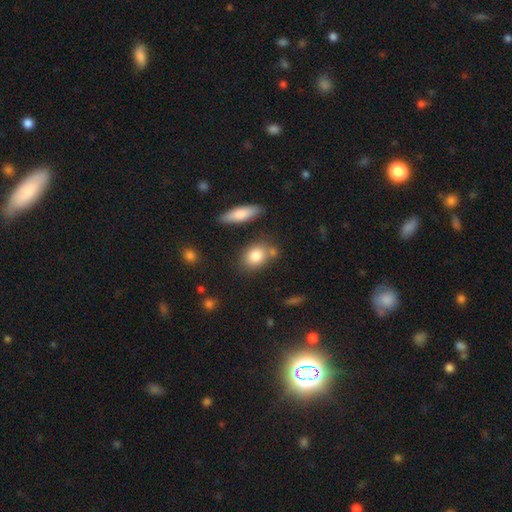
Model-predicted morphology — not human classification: The model was most divided on "how rounded": in between: 64%, round: 33%, cigar-shaped: 3%. More confident: smooth or featured — smooth (82%); merging — none (64%).